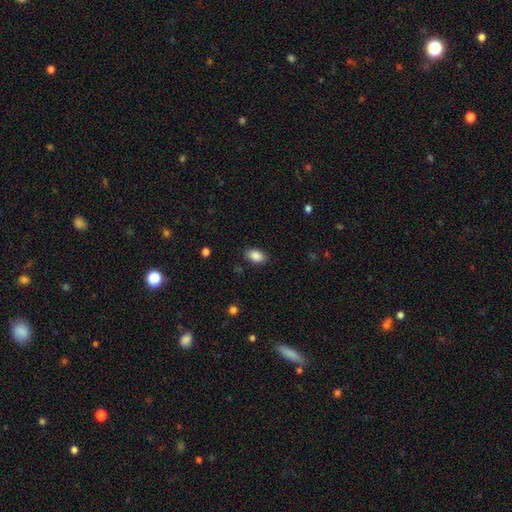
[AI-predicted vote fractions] The model was most divided on "merging": none: 85%, minor disturbance: 11%, major disturbance: 3%, merger: 1%. More confident: how rounded — in between (91%); smooth or featured — smooth (88%).